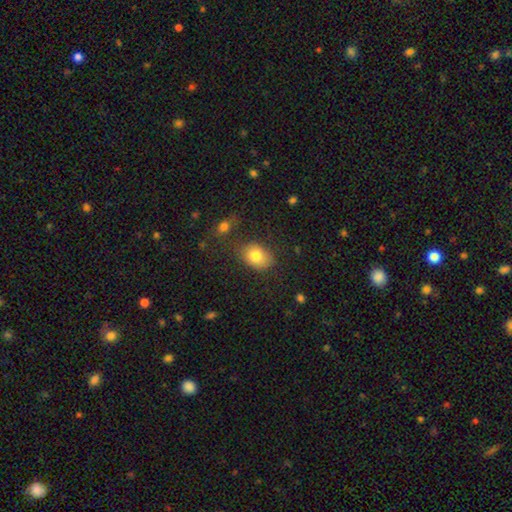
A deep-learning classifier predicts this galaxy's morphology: This is clearly a smooth galaxy (80%). How rounded: likely in between (69%). Merging: likely none (74%).